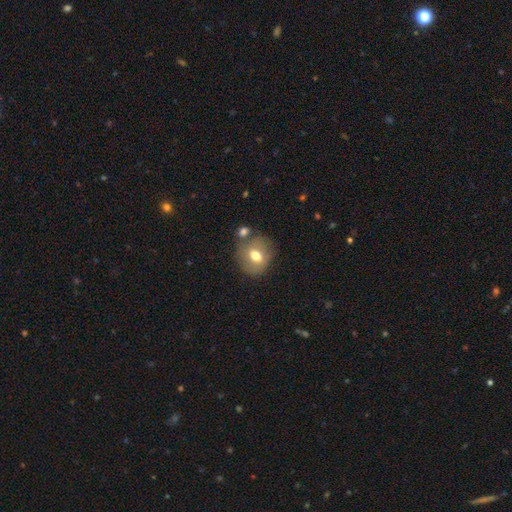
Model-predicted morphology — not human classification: Smooth or featured: smooth — 67% (featured or disk — 24%)
How rounded: round — 75% (in between — 24%)
Merging: none — 67% (minor disturbance — 15%)